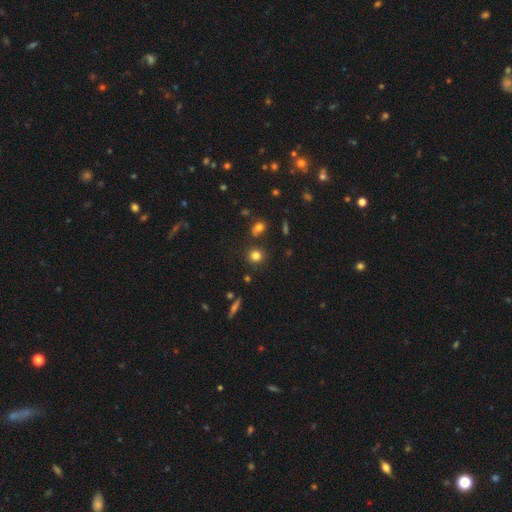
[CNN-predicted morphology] A smooth galaxy with no disk features (80%) that is round (87%). Merging: none (83%).